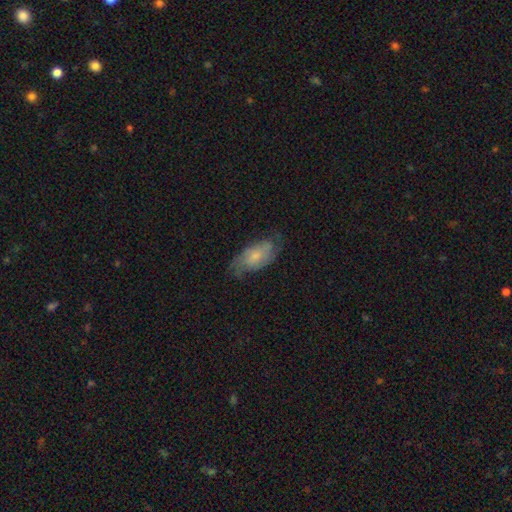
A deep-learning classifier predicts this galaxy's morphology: Smooth or featured? featured or disk (47%)
Merging? none (61%)